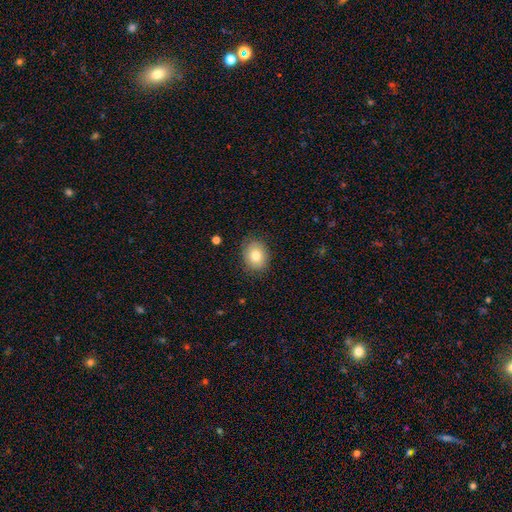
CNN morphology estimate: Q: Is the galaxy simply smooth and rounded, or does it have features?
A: smooth — 78%.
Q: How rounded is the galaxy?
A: round — 54%.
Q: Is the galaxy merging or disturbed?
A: none — 85%.